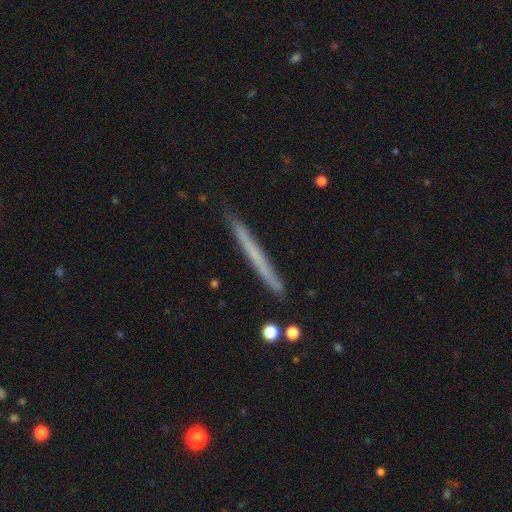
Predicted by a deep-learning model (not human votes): A smooth galaxy with no disk features (48%).

Vote fractions:
- Smooth or featured? smooth: 48% / featured or disk: 45% / star or artifact: 7%
- Merging? none: 90% / minor disturbance: 7% / merger: 2% / major disturbance: 1%